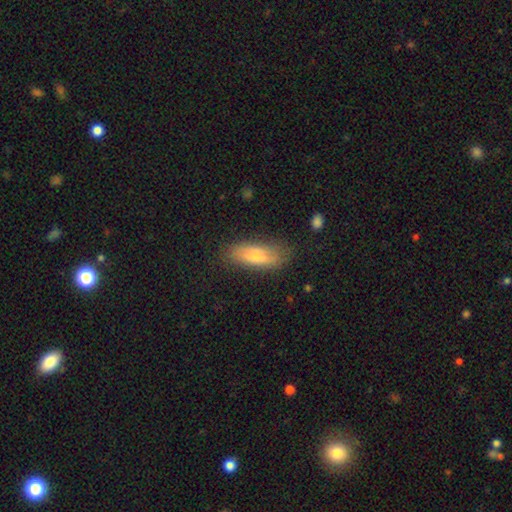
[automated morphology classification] Smooth or featured?
  - smooth: 68% *
  - featured or disk: 25%
  - star or artifact: 7%
How rounded?
  - in between: 58% *
  - cigar-shaped: 40%
  - round: 3%
Merging?
  - none: 74% *
  - minor disturbance: 19%
  - major disturbance: 5%
  - merger: 2%